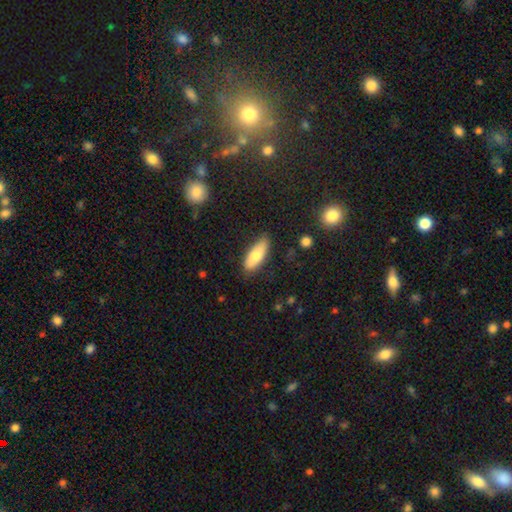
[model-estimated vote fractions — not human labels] Smooth or featured?
  - smooth: 75% *
  - featured or disk: 18%
  - star or artifact: 6%
How rounded?
  - in between: 69% *
  - cigar-shaped: 29%
  - round: 2%
Merging?
  - none: 79% *
  - minor disturbance: 16%
  - major disturbance: 3%
  - merger: 2%